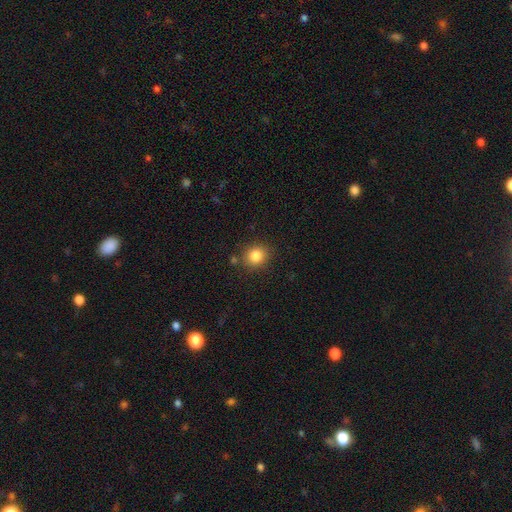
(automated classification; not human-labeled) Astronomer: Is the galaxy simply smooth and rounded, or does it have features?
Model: smooth — 83%.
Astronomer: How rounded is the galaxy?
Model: round — 79%.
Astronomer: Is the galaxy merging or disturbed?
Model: none — 85%.